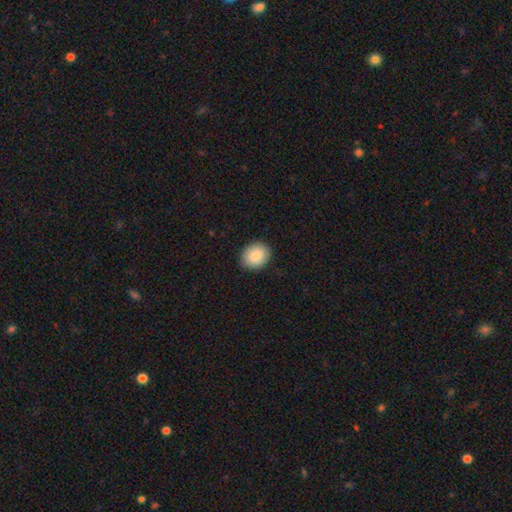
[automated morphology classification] smooth_or_featured: smooth (p=0.87) [alt: star or artifact p=0.07]
how_rounded: round (p=0.52) [alt: in between p=0.47]
merging: none (p=0.88) [alt: minor disturbance p=0.09]